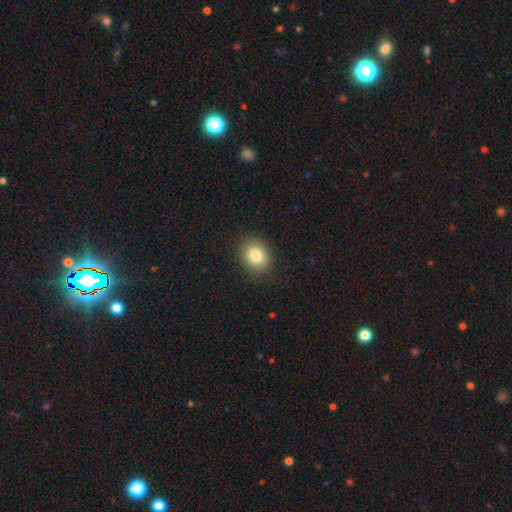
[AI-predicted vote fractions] smooth-or-featured: smooth: 83% | star or artifact: 10% | featured or disk: 7%
  how-rounded: round: 59% | in between: 40% | cigar-shaped: 1%
  merging: none: 87% | minor disturbance: 9% | major disturbance: 3% | merger: 1%